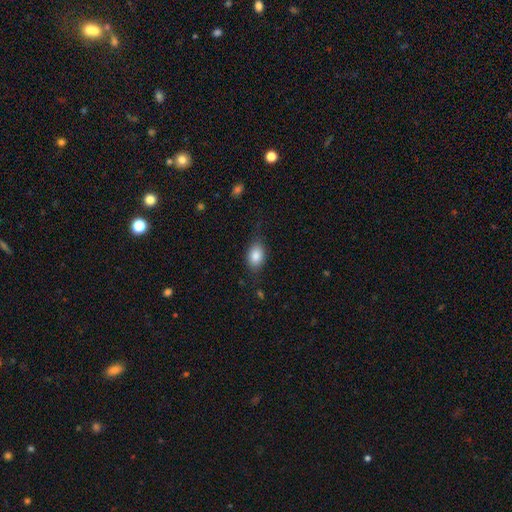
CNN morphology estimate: Overall: smooth (84%). How rounded: in between (83%). Merging: none (70%).